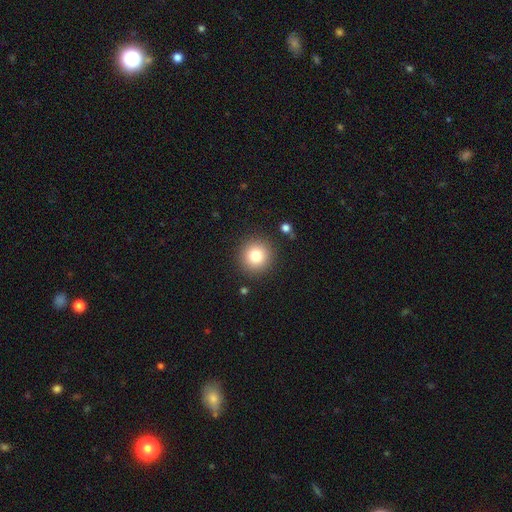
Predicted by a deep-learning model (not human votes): smooth 80%, star or artifact 11%, featured or disk 8%. Down the decision tree: how rounded — round (94%); merging — none (89%).